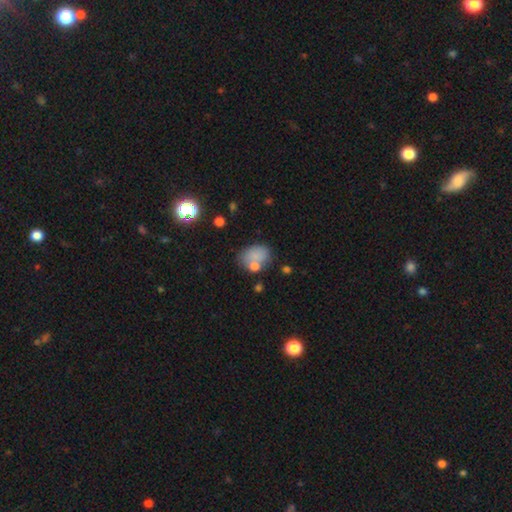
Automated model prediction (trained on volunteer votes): Q: Smooth or featured?
A: smooth (75%); runner-up: featured or disk (13%)
Q: How rounded?
A: in between (66%); runner-up: round (32%)
Q: Merging?
A: none (54%); runner-up: minor disturbance (21%)